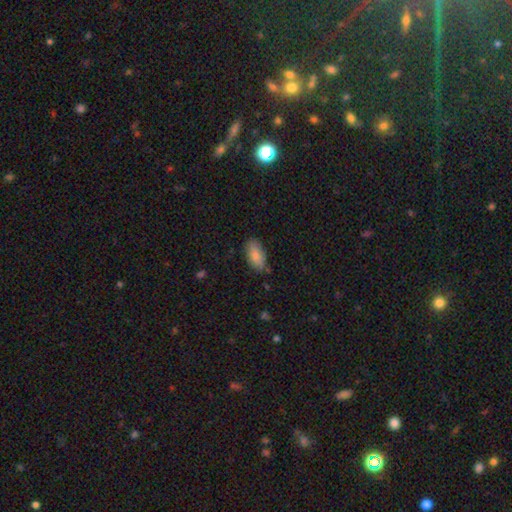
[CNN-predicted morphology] This appears to be a smooth galaxy with no disk features (84%) that is in between round and cigar-shaped (92%). Merging: none (78%).